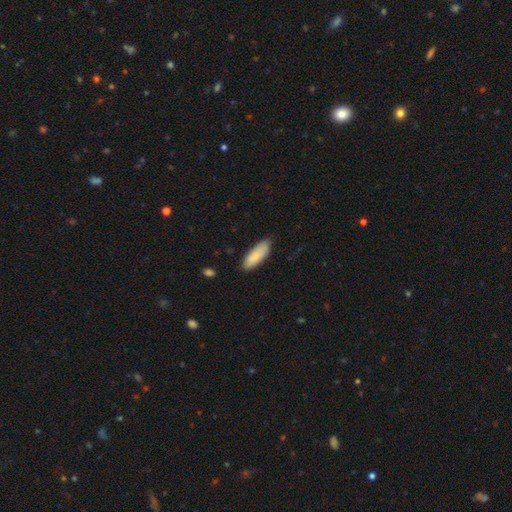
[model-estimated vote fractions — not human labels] smooth 85%, featured or disk 10%, star or artifact 5%. Down the decision tree: how rounded — in between (67%); merging — none (82%).